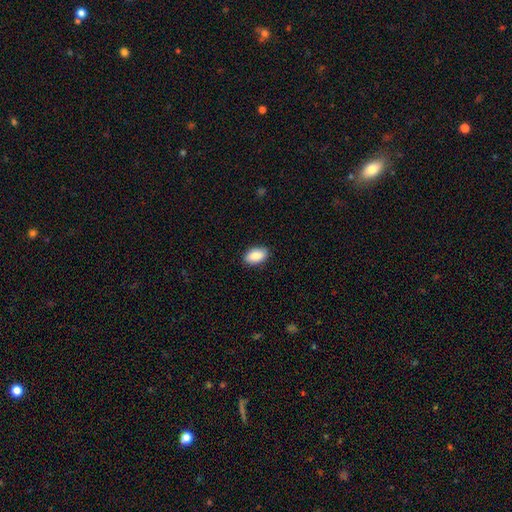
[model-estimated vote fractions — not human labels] Smooth or featured? smooth (88%)
How rounded? in between (93%)
Merging? none (88%)